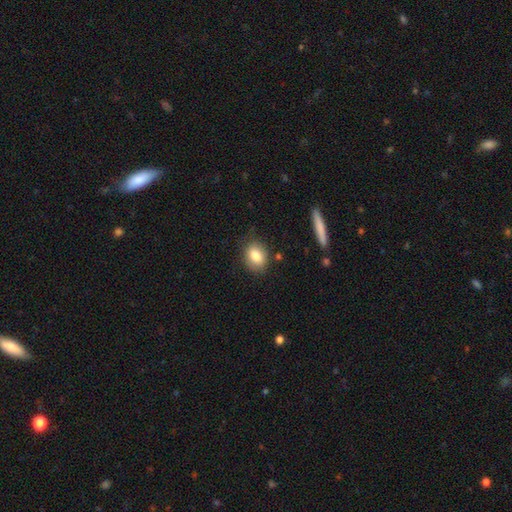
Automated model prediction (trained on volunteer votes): A smooth galaxy with no disk features (82%) that is in between round and cigar-shaped (60%). Merging: none (79%).